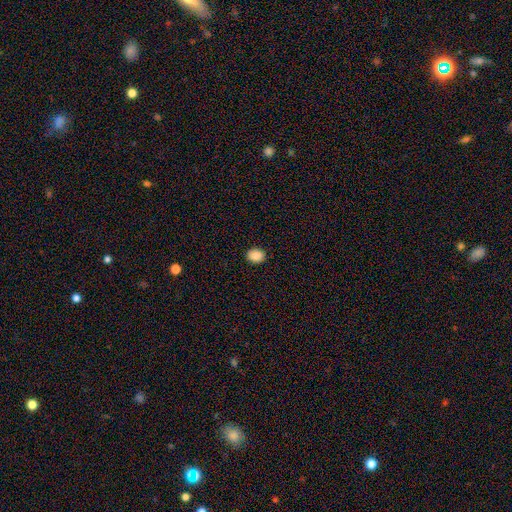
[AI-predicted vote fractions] Smooth or featured?
  - smooth: 89% *
  - star or artifact: 9%
  - featured or disk: 2%
How rounded?
  - in between: 50% * (tied)
  - round: 50% * (tied)
  - cigar-shaped: 1%
Merging?
  - none: 91% *
  - minor disturbance: 6%
  - major disturbance: 2%
  - merger: 1%